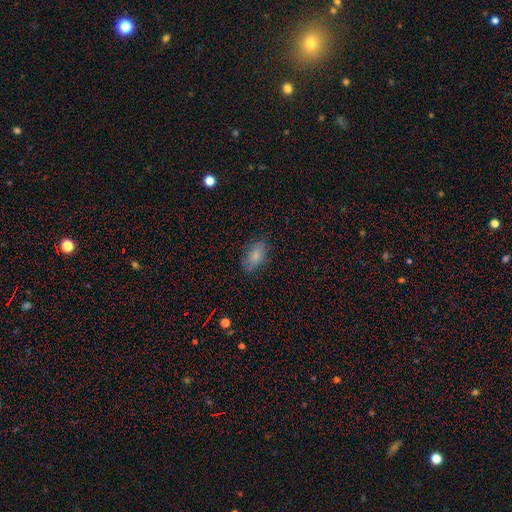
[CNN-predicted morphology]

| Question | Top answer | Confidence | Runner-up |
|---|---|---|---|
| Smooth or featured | smooth | 81% | featured or disk (10%) |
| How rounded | in between | 90% | round (5%) |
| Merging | none | 81% | minor disturbance (15%) |